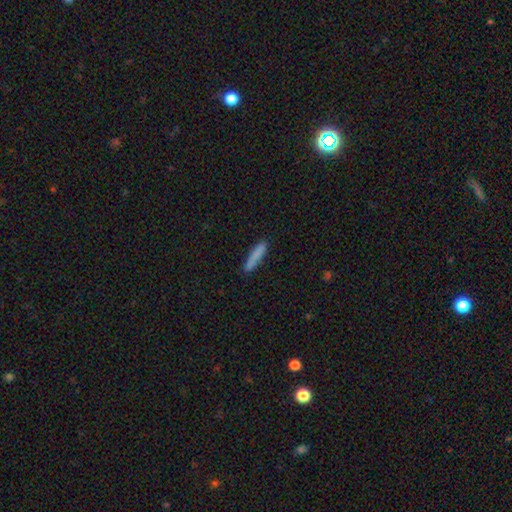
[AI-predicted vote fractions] Smooth or featured? smooth (83%)
How rounded? cigar-shaped (90%)
Merging? none (84%)